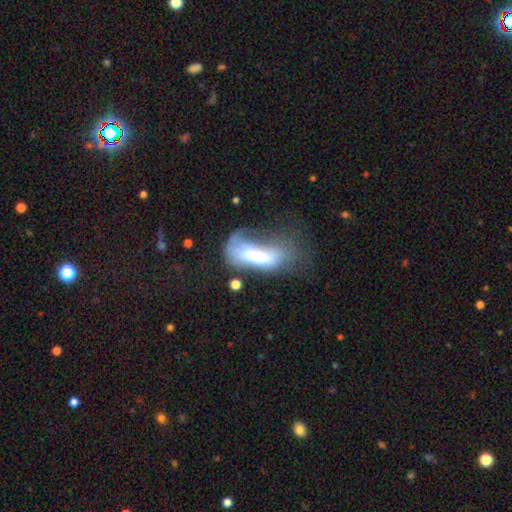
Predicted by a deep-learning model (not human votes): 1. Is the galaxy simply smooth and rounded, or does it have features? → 55% smooth, 35% featured or disk, 11% star or artifact.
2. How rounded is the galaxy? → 64% in between, 32% cigar-shaped, 4% round.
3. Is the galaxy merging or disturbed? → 47% major disturbance, 18% none, 18% minor disturbance, 17% merger.